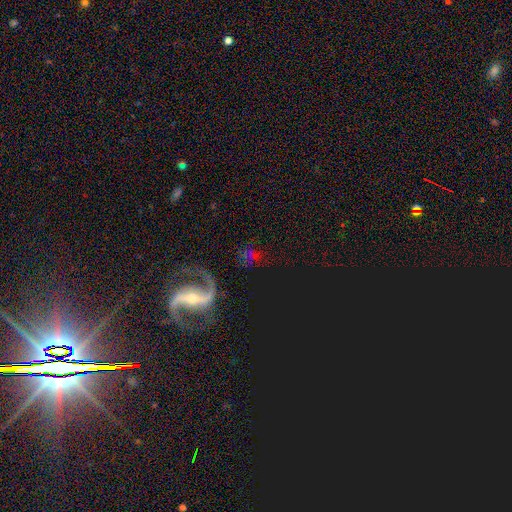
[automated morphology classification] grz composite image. It shows a star or artifact, not a galaxy (48%).